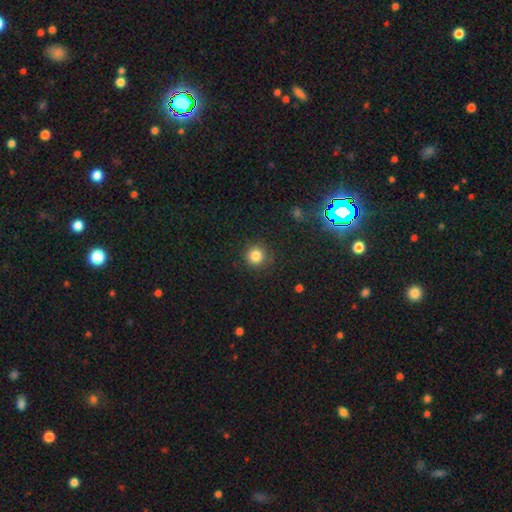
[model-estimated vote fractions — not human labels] Overall: smooth (83%). How rounded: round (94%). Merging: none (88%).